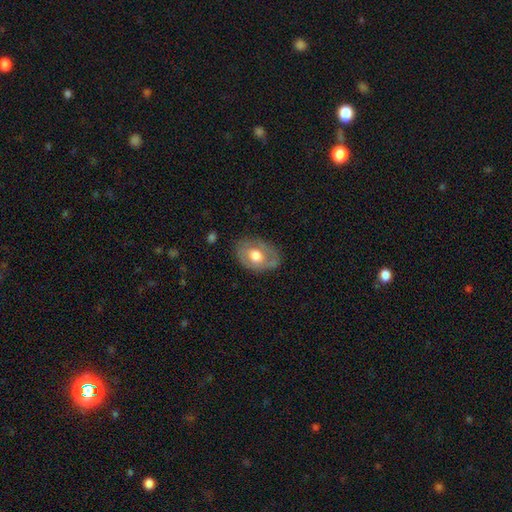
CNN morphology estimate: Smooth or featured?
  - smooth: 50% *
  - featured or disk: 43%
  - star or artifact: 6%
How rounded?
  - in between: 77% *
  - round: 21%
  - cigar-shaped: 1%
Merging?
  - none: 70% *
  - minor disturbance: 22%
  - major disturbance: 7%
  - merger: 2%